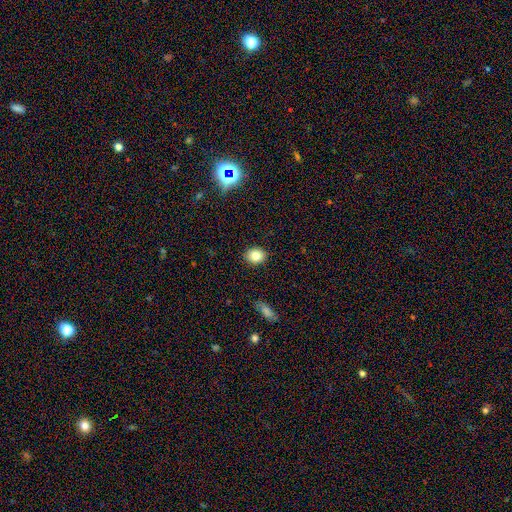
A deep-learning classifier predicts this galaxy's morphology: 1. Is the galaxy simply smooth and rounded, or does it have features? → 81% smooth, 11% star or artifact, 8% featured or disk.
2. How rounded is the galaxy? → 58% round, 41% in between, 1% cigar-shaped.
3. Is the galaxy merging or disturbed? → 89% none, 8% minor disturbance, 2% major disturbance, 1% merger.